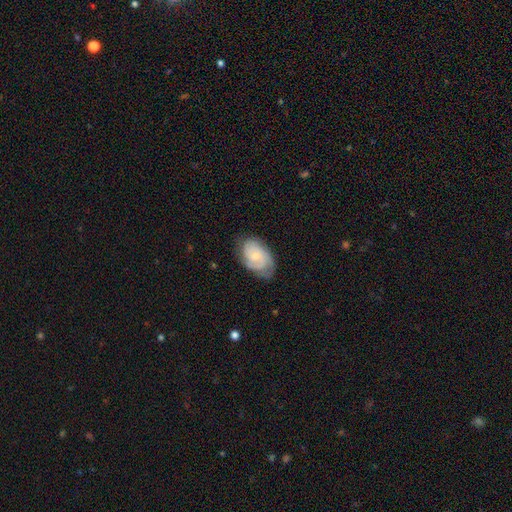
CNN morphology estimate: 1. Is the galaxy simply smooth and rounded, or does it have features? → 67% featured or disk, 27% smooth, 6% star or artifact.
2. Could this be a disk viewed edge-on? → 97% no, 3% yes.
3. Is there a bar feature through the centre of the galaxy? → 68% no, 29% weak, 3% strong.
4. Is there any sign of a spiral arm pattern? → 92% yes, 8% no.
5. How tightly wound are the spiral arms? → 56% tight, 35% medium, 9% loose.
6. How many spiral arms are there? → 35% 2, 29% can't tell, 23% 3, 5% 1, 5% 4, 3% more than 4.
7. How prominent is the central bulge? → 62% small, 31% moderate, 5% none, 2% large, 1% dominant.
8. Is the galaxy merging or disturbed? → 66% none, 25% minor disturbance, 8% major disturbance, 1% merger.